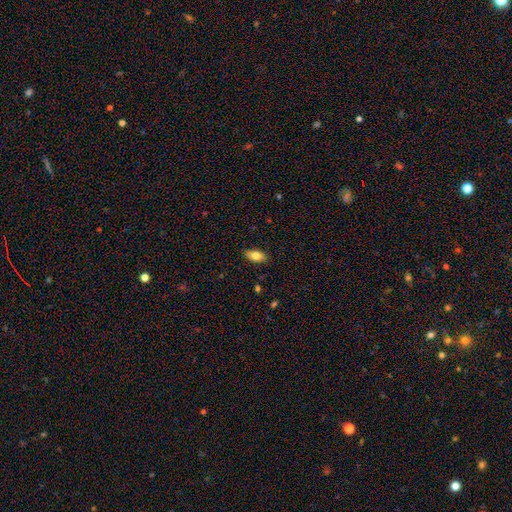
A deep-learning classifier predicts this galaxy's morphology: Smooth or featured? Predicted: smooth (p=0.80). How rounded? Predicted: in between (p=0.91). Merging? Predicted: none (p=0.88).